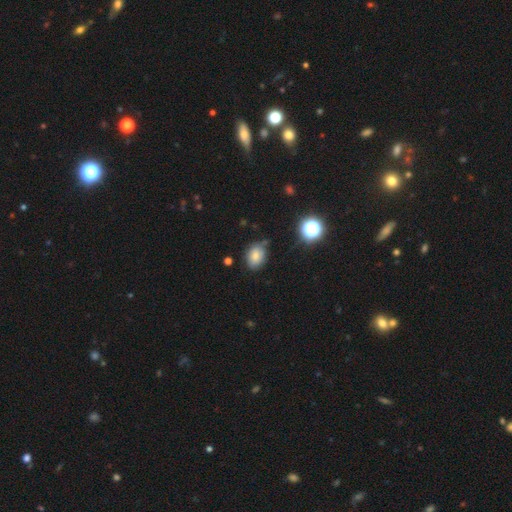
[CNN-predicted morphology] Smooth or featured? smooth (78%)
How rounded? in between (73%)
Merging? none (69%)